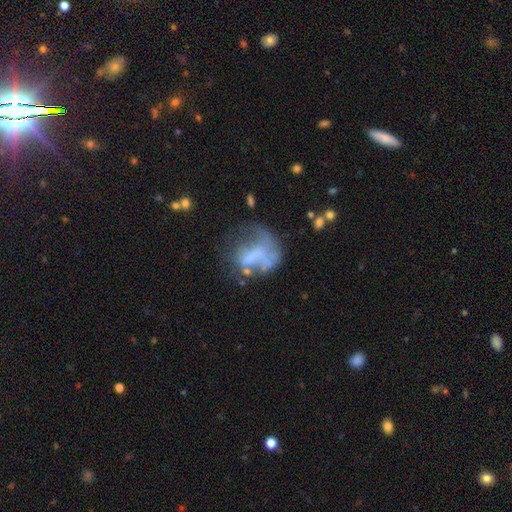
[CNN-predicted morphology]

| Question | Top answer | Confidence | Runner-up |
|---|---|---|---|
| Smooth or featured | featured or disk | 48% | smooth (38%) |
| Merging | major disturbance | 43% | none (27%) |